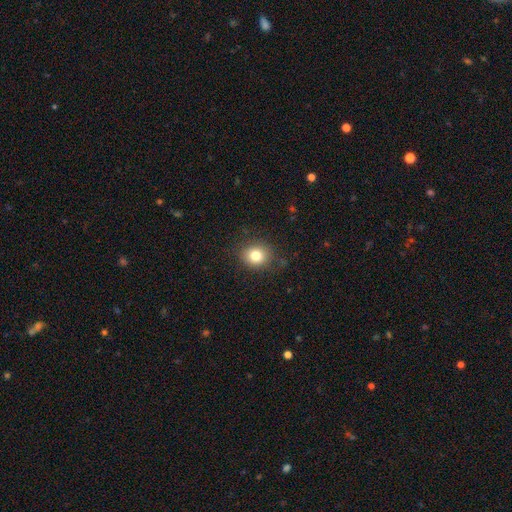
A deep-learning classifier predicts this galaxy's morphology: Smooth or featured: smooth — 81% (star or artifact — 11%)
How rounded: round — 75% (in between — 24%)
Merging: none — 86% (minor disturbance — 10%)